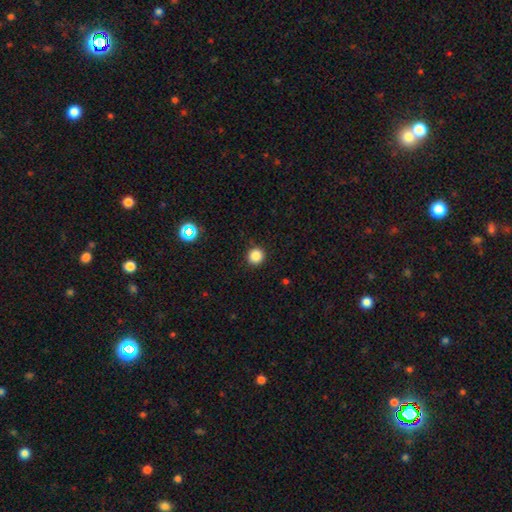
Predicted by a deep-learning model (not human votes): Smooth or featured?
  - smooth: 85% *
  - star or artifact: 12%
  - featured or disk: 3%
How rounded?
  - round: 94% *
  - in between: 5%
  - cigar-shaped: 1%
Merging?
  - none: 91% *
  - minor disturbance: 6%
  - major disturbance: 2%
  - merger: 1%